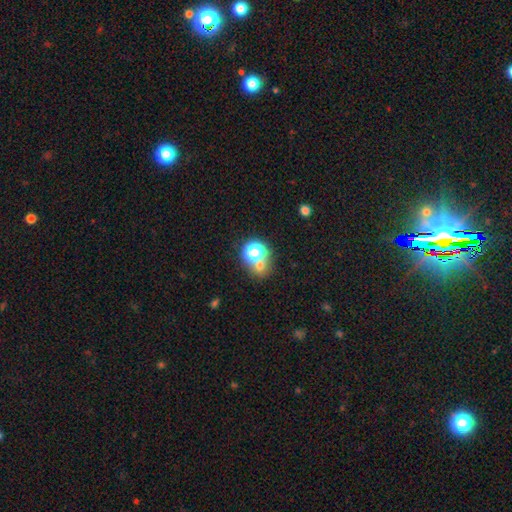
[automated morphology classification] Overall: smooth (57%; star or artifact 33%). How rounded: round (78%). Merging: none (54%; merger 31%).